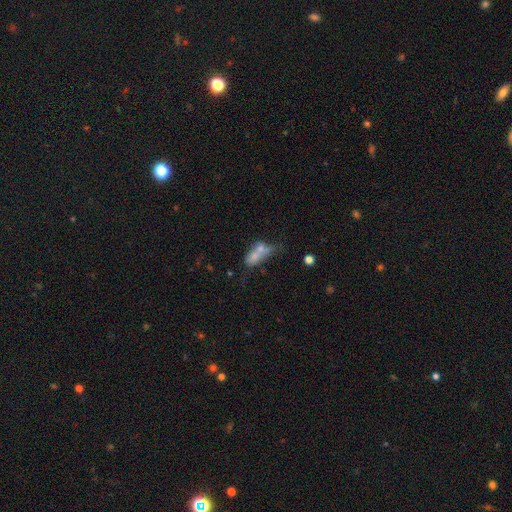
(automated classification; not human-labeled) smooth 59%, featured or disk 29%, star or artifact 11%. Down the decision tree: how rounded — in between (76%); merging — merger (54%).